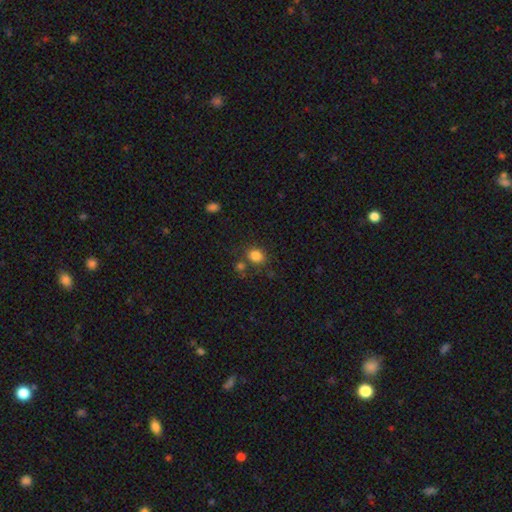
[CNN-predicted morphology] Smooth or featured?
  - smooth: 83% *
  - star or artifact: 11%
  - featured or disk: 6%
How rounded?
  - round: 58% *
  - in between: 41%
  - cigar-shaped: 1%
Merging?
  - none: 70% *
  - minor disturbance: 13%
  - merger: 12%
  - major disturbance: 5%